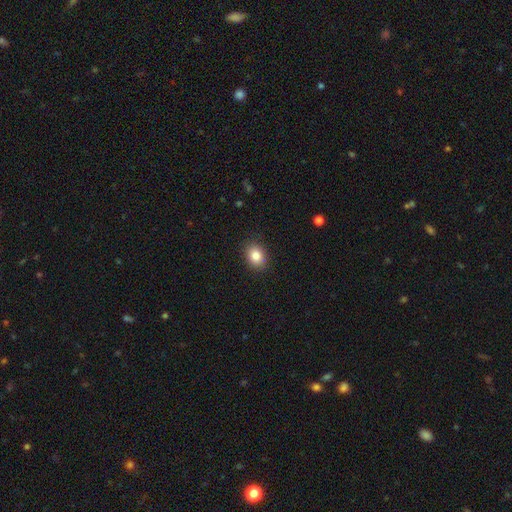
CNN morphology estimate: Smooth or featured? Predicted: smooth (p=0.84). How rounded? Predicted: in between (p=0.57). Merging? Predicted: none (p=0.88).